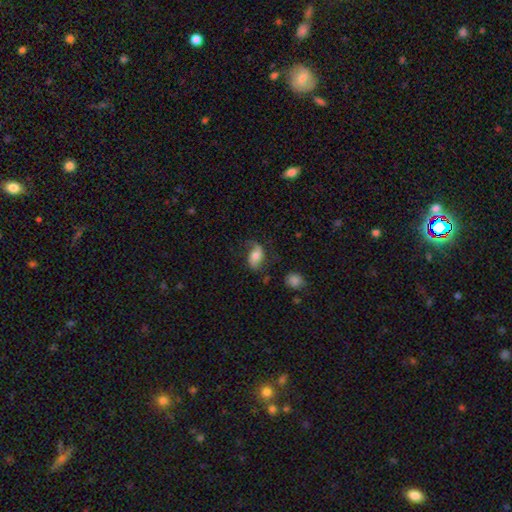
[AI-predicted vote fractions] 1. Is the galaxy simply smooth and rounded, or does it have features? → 52% smooth, 39% featured or disk, 8% star or artifact.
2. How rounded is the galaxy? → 89% in between, 8% round, 3% cigar-shaped.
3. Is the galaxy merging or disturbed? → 56% none, 25% minor disturbance, 16% major disturbance, 3% merger.